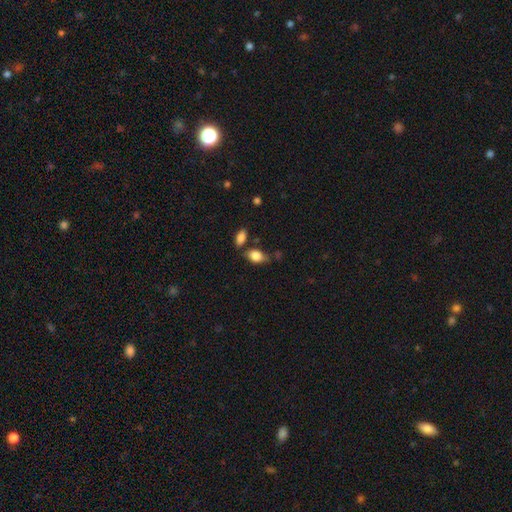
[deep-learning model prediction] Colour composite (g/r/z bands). It shows a smooth galaxy with no disk features (84%) that is in between round and cigar-shaped (86%). Merging: none (62%).